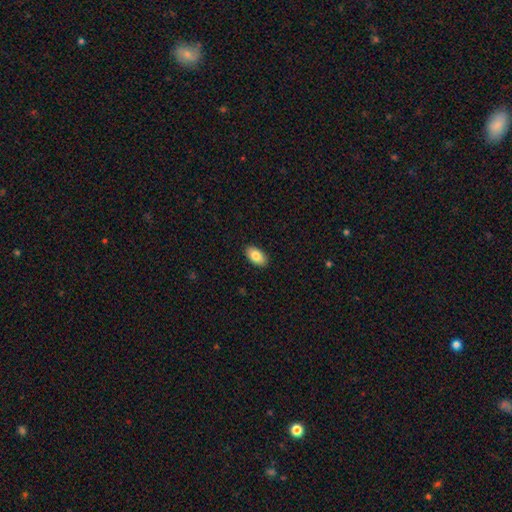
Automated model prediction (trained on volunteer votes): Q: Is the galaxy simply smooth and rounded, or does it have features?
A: smooth — 84%.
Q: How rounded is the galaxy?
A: in between — 94%.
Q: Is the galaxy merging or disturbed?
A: none — 90%.